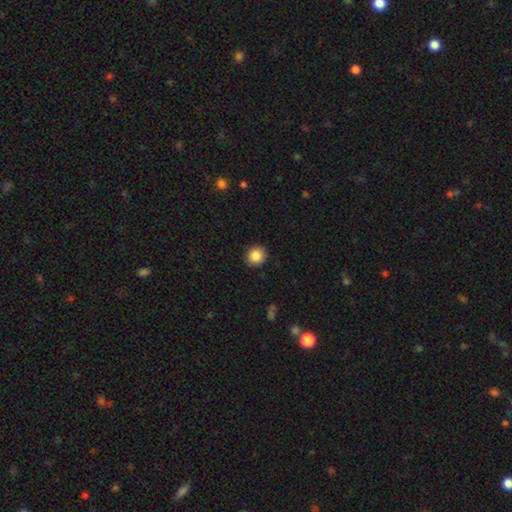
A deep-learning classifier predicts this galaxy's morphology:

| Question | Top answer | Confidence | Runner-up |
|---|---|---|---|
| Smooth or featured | smooth | 87% | star or artifact (9%) |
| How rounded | round | 90% | in between (9%) |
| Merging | none | 91% | minor disturbance (6%) |